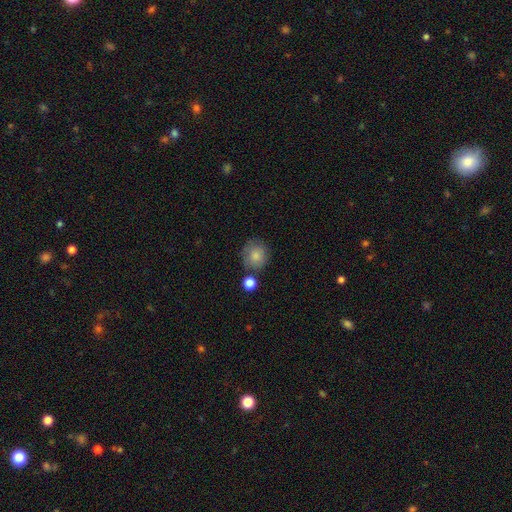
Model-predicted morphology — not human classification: Q: Smooth or featured?
A: smooth (82%); runner-up: featured or disk (9%)
Q: How rounded?
A: round (85%); runner-up: in between (14%)
Q: Merging?
A: none (69%); runner-up: minor disturbance (16%)